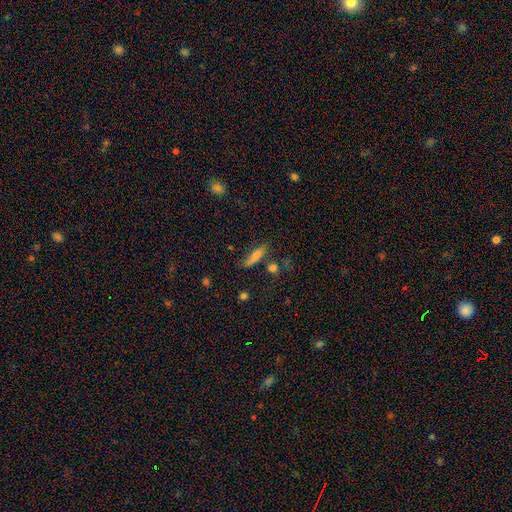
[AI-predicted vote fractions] This is likely a smooth galaxy (73%). How rounded: likely cigar-shaped (65%). Merging: possibly none (59%).